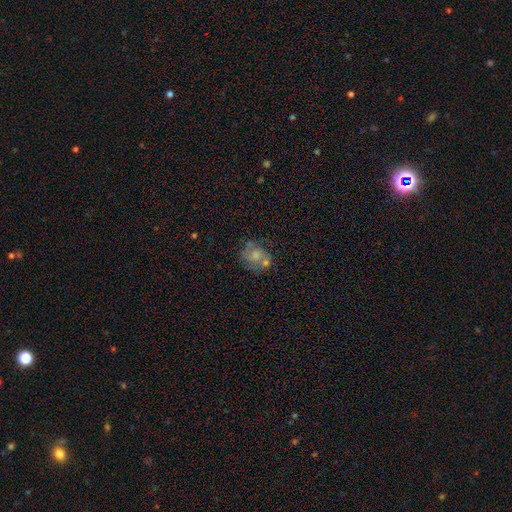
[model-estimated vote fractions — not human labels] Overall: smooth (57%; featured or disk 33%). How rounded: round (62%; in between 37%). Merging: none (47%; merger 21%).